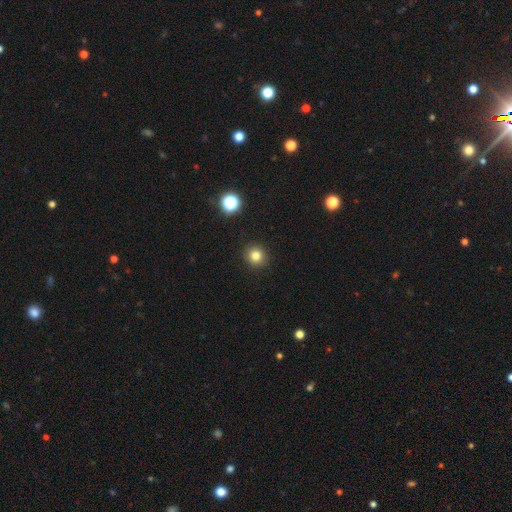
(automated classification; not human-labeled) smooth_or_featured: smooth (p=0.81) [alt: star or artifact p=0.14]
how_rounded: round (p=0.91) [alt: in between p=0.08]
merging: none (p=0.92) [alt: minor disturbance p=0.05]